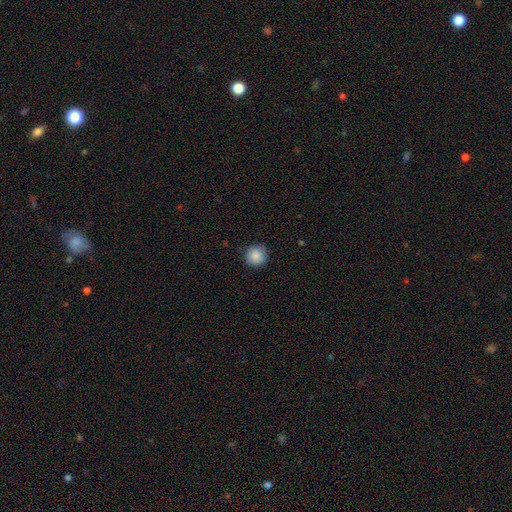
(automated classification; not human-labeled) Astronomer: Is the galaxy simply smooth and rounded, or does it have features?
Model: smooth — 88%.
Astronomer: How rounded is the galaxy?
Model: round — 94%.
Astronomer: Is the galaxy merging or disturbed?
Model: none — 88%.